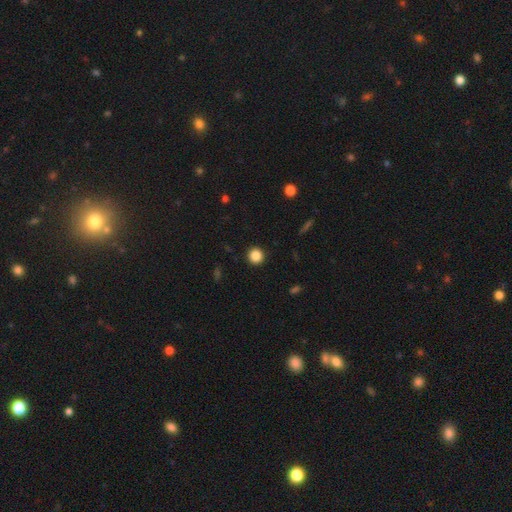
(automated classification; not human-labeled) This appears to be a smooth galaxy with no disk features (86%) that is round (95%). Merging: none (93%).